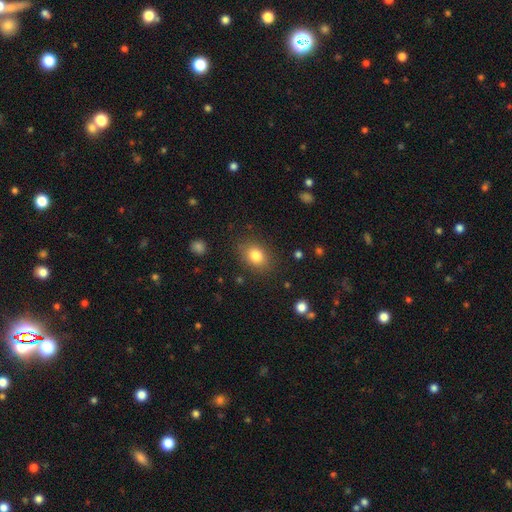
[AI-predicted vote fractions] A smooth galaxy with no disk features (82%) that is in between round and cigar-shaped (65%).

Vote fractions:
- Smooth or featured? smooth: 82% / star or artifact: 10% / featured or disk: 8%
- How rounded? in between: 65% / round: 34% / cigar-shaped: 1%
- Merging? none: 83% / minor disturbance: 11% / major disturbance: 4% / merger: 1%